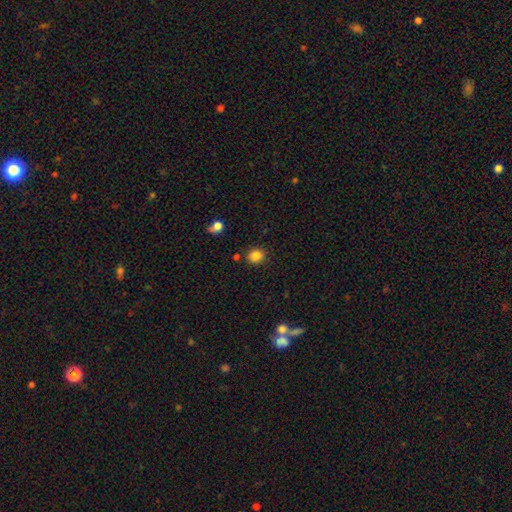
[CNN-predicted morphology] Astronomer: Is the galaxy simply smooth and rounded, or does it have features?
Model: smooth — 84%.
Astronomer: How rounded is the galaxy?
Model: round — 76%.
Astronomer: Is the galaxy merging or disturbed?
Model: none — 83%.